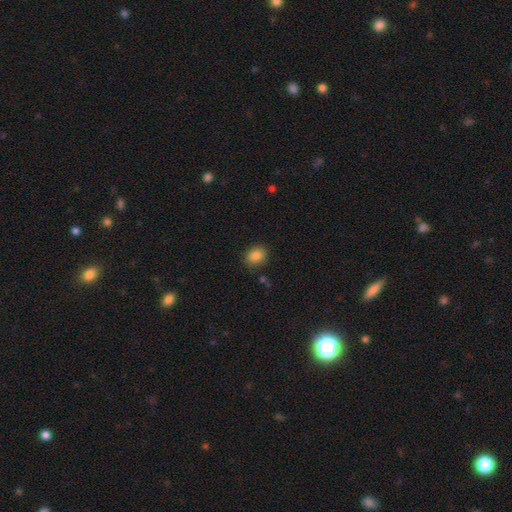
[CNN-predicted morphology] Smooth or featured? Predicted: smooth (p=0.85). How rounded? Predicted: round (p=0.59). Merging? Predicted: none (p=0.85).